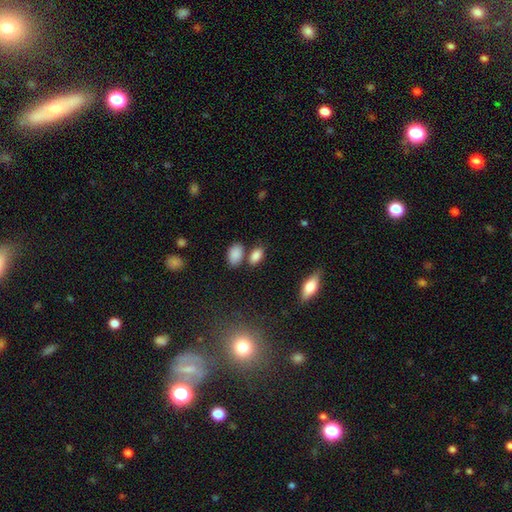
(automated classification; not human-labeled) Smooth or featured: smooth — 85% (star or artifact — 9%)
How rounded: in between — 88% (round — 9%)
Merging: none — 68% (merger — 16%)